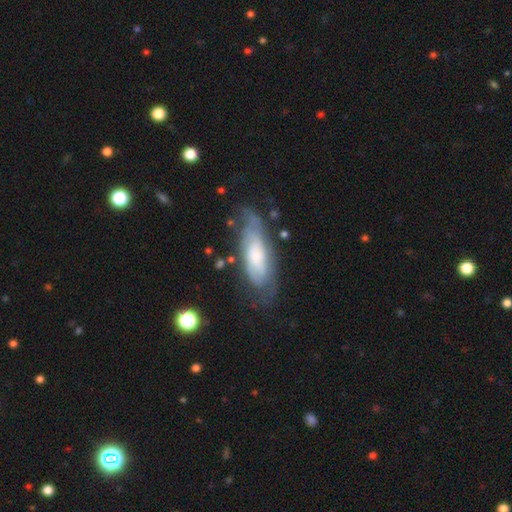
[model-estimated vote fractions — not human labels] featured or disk 61%, smooth 32%, star or artifact 7%. Down the decision tree: edge-on disk — no (80%); merging — none (62%).